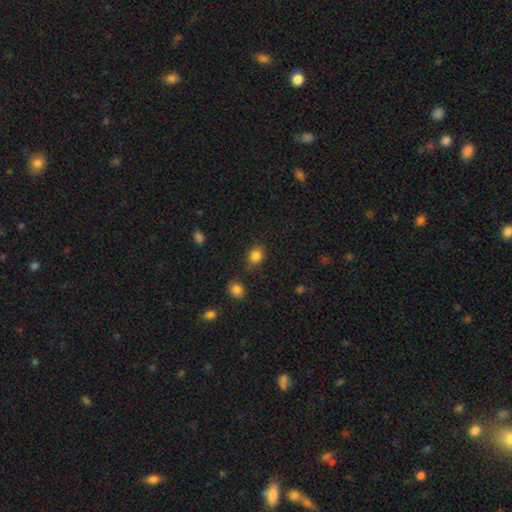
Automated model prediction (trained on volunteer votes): smooth 85%, star or artifact 11%, featured or disk 4%. Down the decision tree: how rounded — round (62%); merging — none (79%).